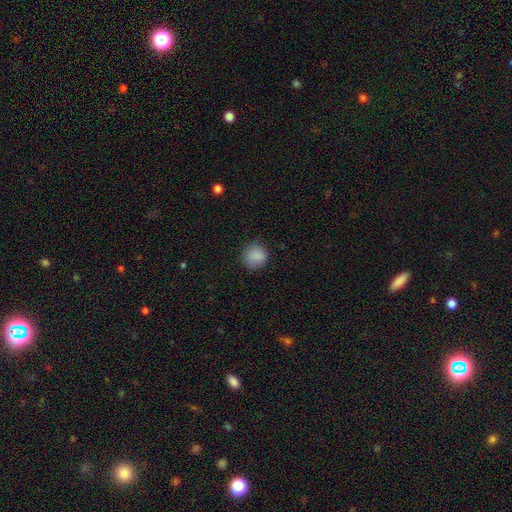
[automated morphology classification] Q: Smooth or featured?
A: smooth (86%); runner-up: star or artifact (9%)
Q: How rounded?
A: round (85%); runner-up: in between (14%)
Q: Merging?
A: none (83%); runner-up: minor disturbance (13%)